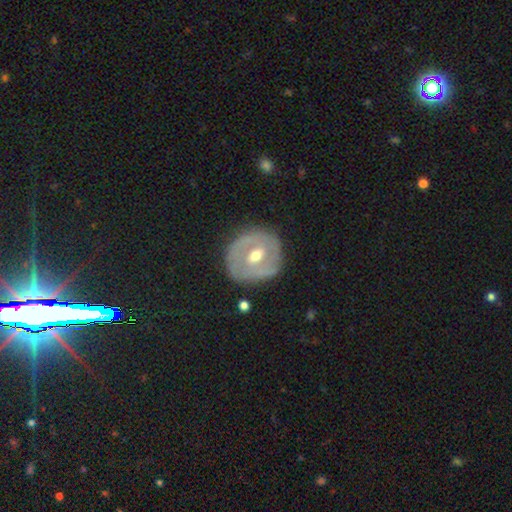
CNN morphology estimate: Overall: featured or disk (67%; smooth 28%). Edge-on disk: no (95%). Bar: weak (50%; no 32%). Spiral arms: no (51%; yes 49%). Bulge size: moderate (74%). Merging: none (76%).